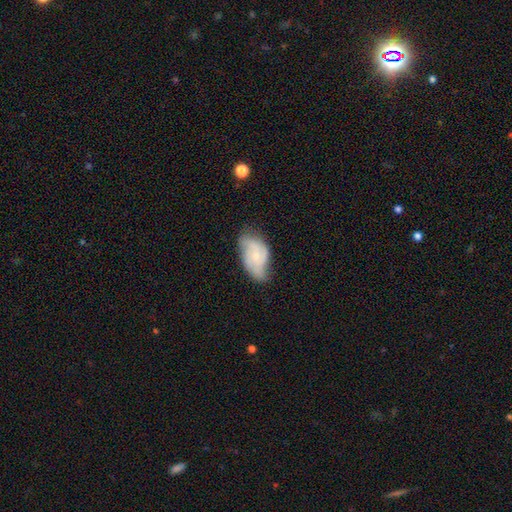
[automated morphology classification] smooth-or-featured: featured or disk: 58% | smooth: 36% | star or artifact: 7%
  disk-edge-on: no: 96% | yes: 4%
    bar: no: 71% | weak: 25% | strong: 4%
    has-spiral-arms: yes: 84% | no: 16%
    bulge-size: small: 61% | moderate: 29% | none: 8% | large: 2% | dominant: 1%
  merging: none: 48% | minor disturbance: 37% | major disturbance: 13% | merger: 2%